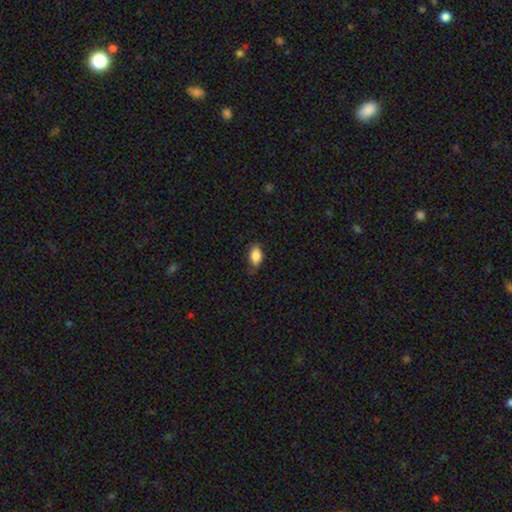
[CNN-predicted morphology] This is clearly a smooth galaxy (86%). How rounded: clearly in between (87%). Merging: likely none (62%).